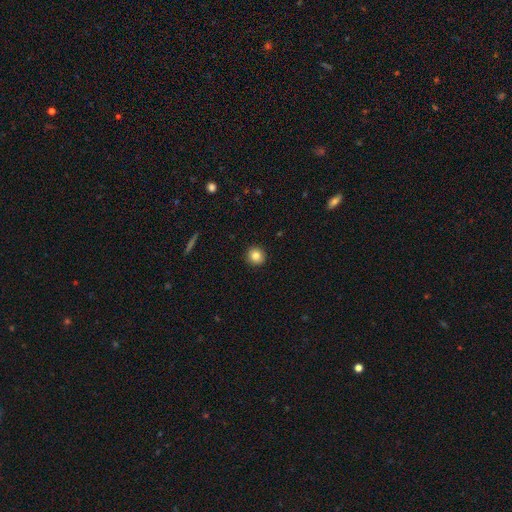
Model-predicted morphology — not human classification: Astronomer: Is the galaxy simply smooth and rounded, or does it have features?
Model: smooth — 84%.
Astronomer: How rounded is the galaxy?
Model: round — 91%.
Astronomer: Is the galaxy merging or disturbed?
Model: none — 92%.